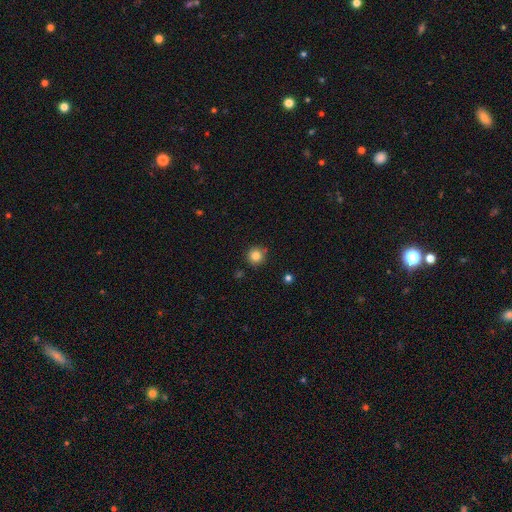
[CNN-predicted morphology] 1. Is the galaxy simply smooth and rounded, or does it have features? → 83% smooth, 12% star or artifact, 5% featured or disk.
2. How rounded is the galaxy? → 94% round, 5% in between, 1% cigar-shaped.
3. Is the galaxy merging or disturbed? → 87% none, 8% minor disturbance, 3% merger, 2% major disturbance.